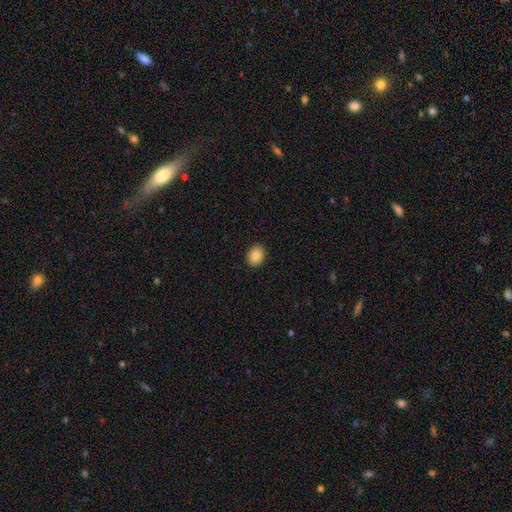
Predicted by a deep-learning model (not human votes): Overall: smooth (85%). How rounded: in between (52%; round 47%). Merging: none (91%).